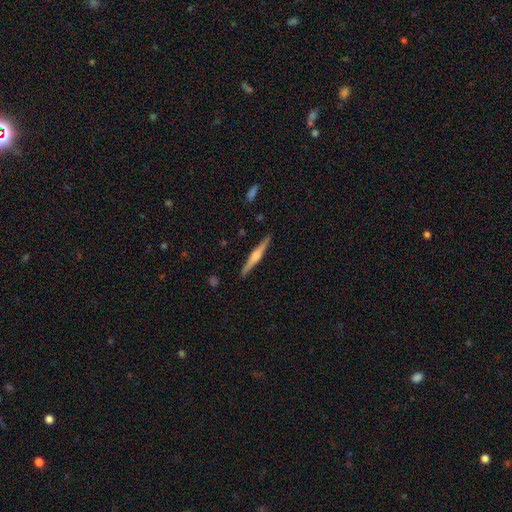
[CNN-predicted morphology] type=featured or disk (67%); edge-on=yes (98%); edge-on bulge=rounded (77%); merging=none (90%).